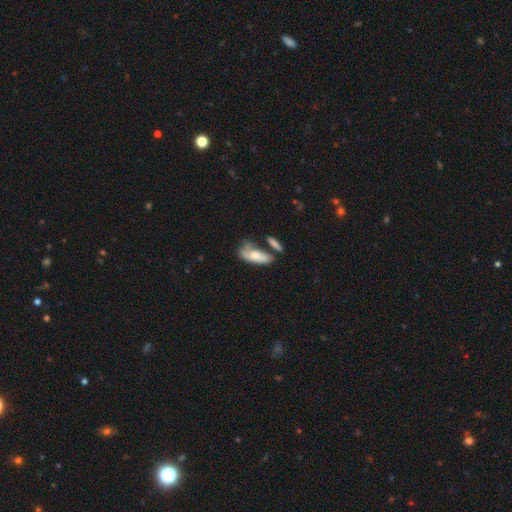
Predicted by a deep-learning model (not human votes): smooth 65%, featured or disk 28%, star or artifact 7%. Down the decision tree: how rounded — in between (73%); merging — none (35%).